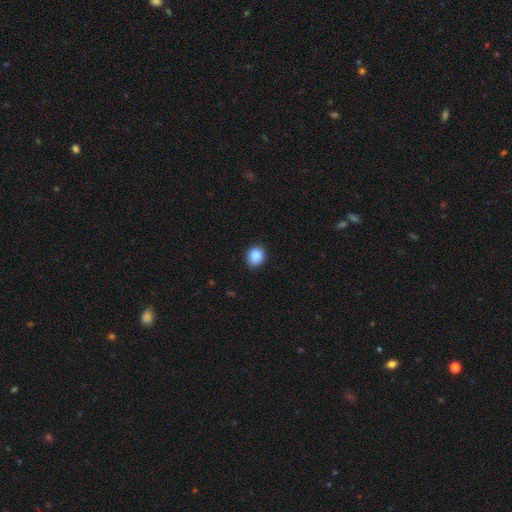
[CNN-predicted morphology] type=smooth (89%); roundness=round (64%); merging=none (89%).